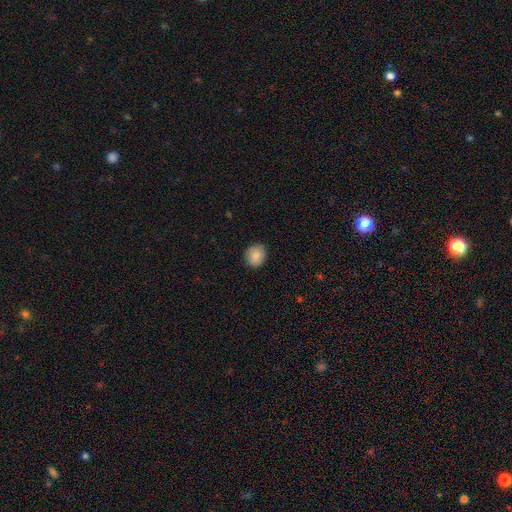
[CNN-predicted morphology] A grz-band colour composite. It shows a smooth galaxy with no disk features (83%) that is round (81%). Merging: none (88%).